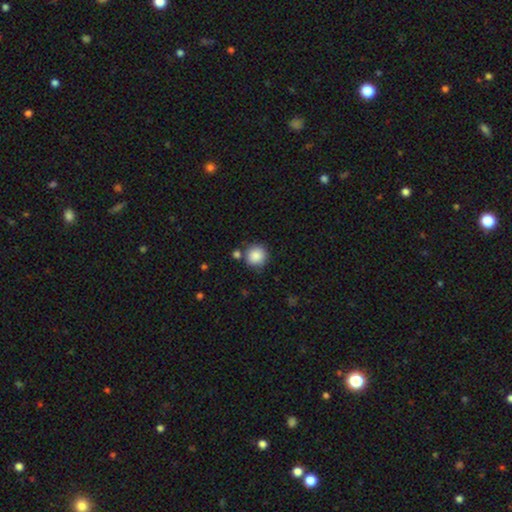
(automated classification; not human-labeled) This appears to be a smooth galaxy with no disk features (87%) that is round (92%). Merging: none (78%).